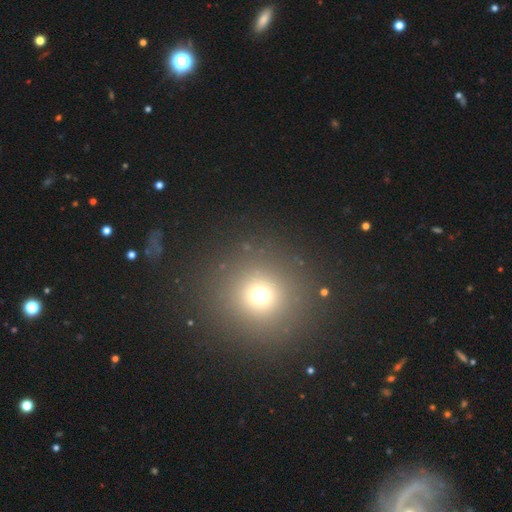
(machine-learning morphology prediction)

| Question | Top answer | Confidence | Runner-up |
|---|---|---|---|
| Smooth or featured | smooth | 64% | star or artifact (29%) |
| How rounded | round | 93% | in between (6%) |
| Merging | none | 91% | minor disturbance (5%) |